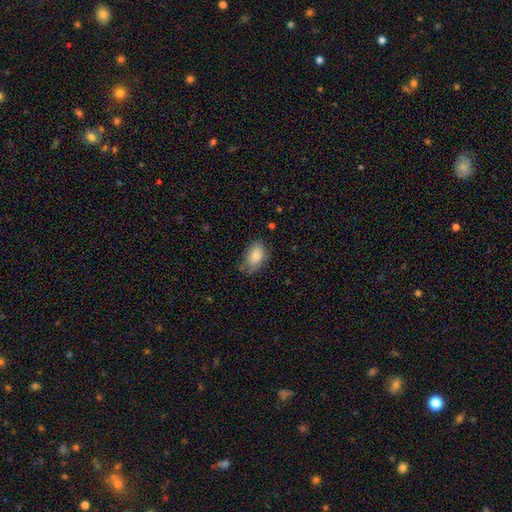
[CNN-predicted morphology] Q: Smooth or featured?
A: smooth (82%); runner-up: featured or disk (11%)
Q: How rounded?
A: in between (89%); runner-up: round (10%)
Q: Merging?
A: none (60%); runner-up: minor disturbance (30%)